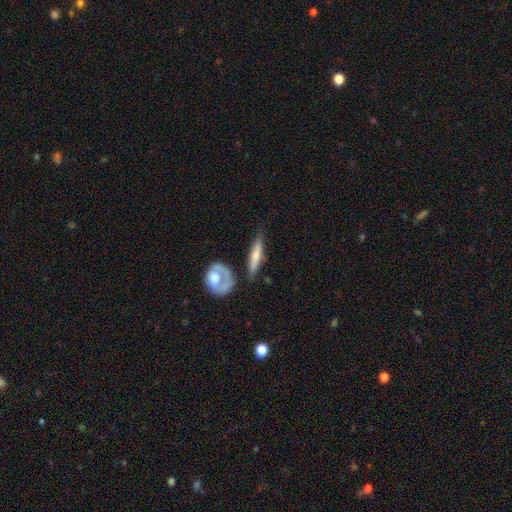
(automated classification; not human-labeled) A smooth galaxy with no disk features (55%) that is cigar-shaped (79%).

Vote fractions:
- Smooth or featured? smooth: 55% / featured or disk: 39% / star or artifact: 6%
- How rounded? cigar-shaped: 79% / in between: 16% / round: 6%
- Merging? none: 66% / minor disturbance: 20% / merger: 7% / major disturbance: 7%